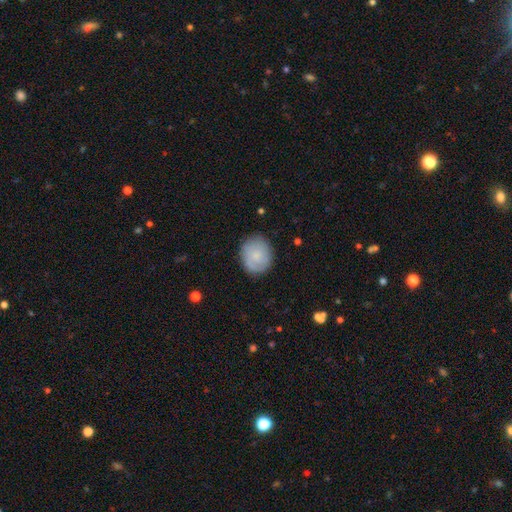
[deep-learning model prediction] Morphology: type=smooth (74%); roundness=round (62%); merging=none (81%).